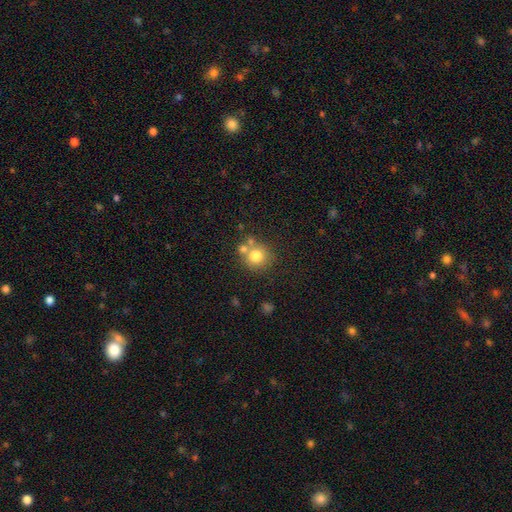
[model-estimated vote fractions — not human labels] A smooth galaxy with no disk features (75%) that is round (90%).

Vote fractions:
- Smooth or featured? smooth: 75% / featured or disk: 13% / star or artifact: 12%
- How rounded? round: 90% / in between: 9% / cigar-shaped: 1%
- Merging? none: 62% / merger: 24% / minor disturbance: 10% / major disturbance: 4%